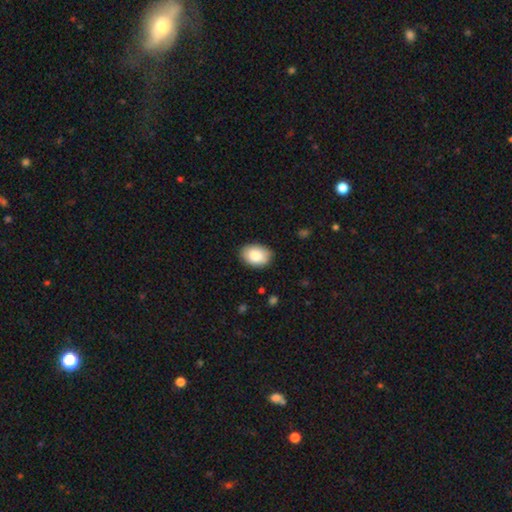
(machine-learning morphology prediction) smooth-or-featured: smooth: 85% | featured or disk: 9% | star or artifact: 6%
  how-rounded: in between: 84% | round: 15% | cigar-shaped: 1%
  merging: none: 83% | minor disturbance: 13% | major disturbance: 2% | merger: 1%